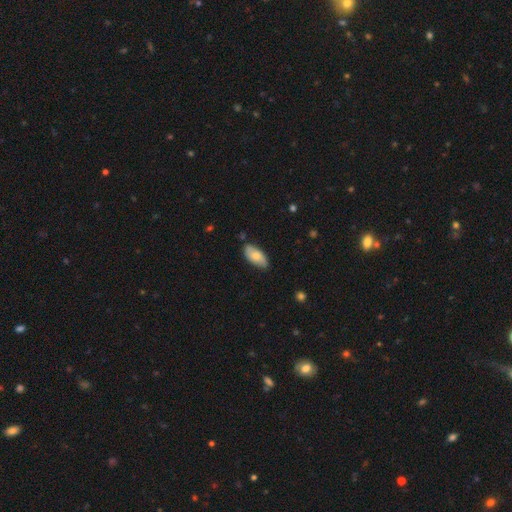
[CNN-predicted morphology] This appears to be a smooth galaxy with no disk features (73%) that is in between round and cigar-shaped (92%). Merging: none (80%).